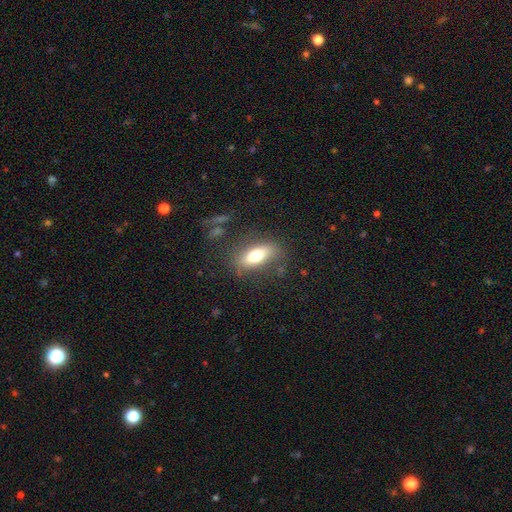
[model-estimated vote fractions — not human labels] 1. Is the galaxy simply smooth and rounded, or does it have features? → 69% smooth, 23% featured or disk, 8% star or artifact.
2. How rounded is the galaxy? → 76% in between, 18% cigar-shaped, 6% round.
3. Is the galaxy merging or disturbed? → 74% none, 16% minor disturbance, 7% major disturbance, 3% merger.